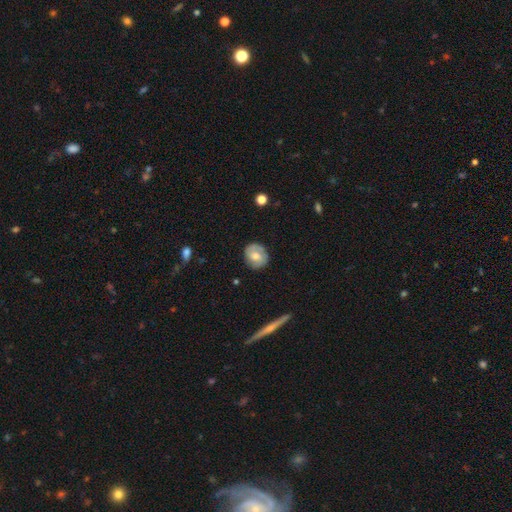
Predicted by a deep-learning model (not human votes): Overall: smooth (53%; featured or disk 40%). How rounded: round (74%). Merging: none (81%).